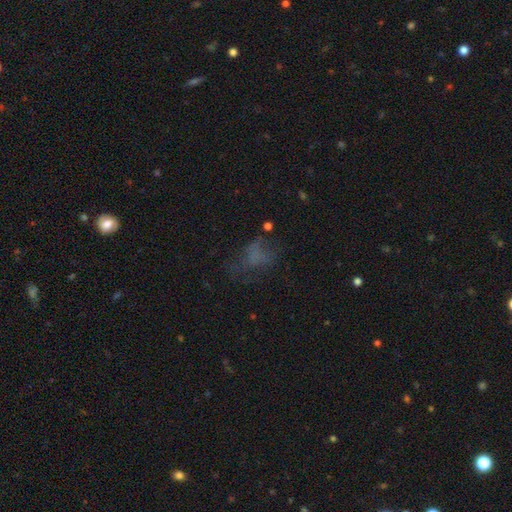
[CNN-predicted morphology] Smooth or featured?
  - smooth: 46% *
  - featured or disk: 30%
  - star or artifact: 25%
Merging?
  - none: 40% *
  - major disturbance: 35%
  - minor disturbance: 21%
  - merger: 4%